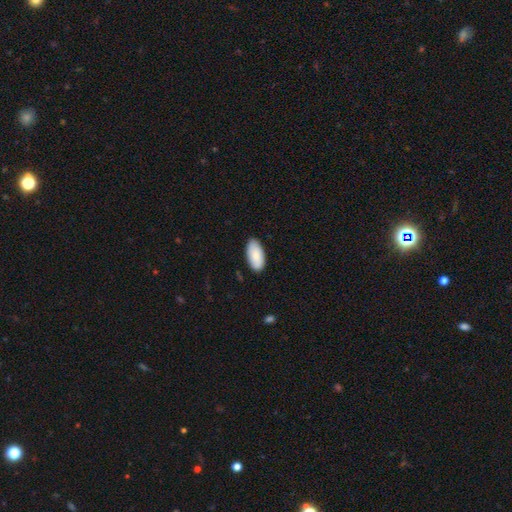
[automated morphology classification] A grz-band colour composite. It shows a smooth galaxy with no disk features (85%) that is in between round and cigar-shaped (94%). Merging: none (87%).